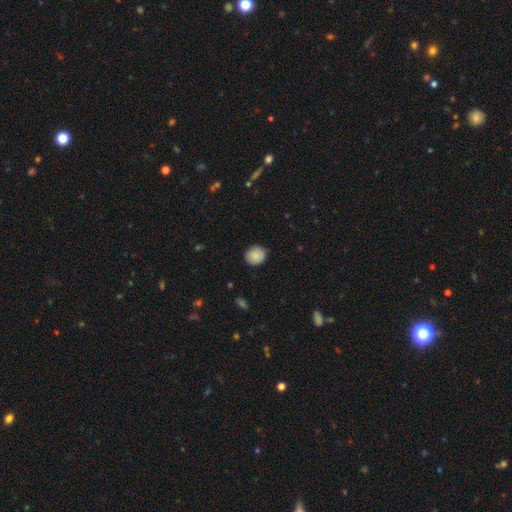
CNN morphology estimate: The model was most divided on "how rounded": round: 80%, in between: 19%, cigar-shaped: 1%. More confident: smooth or featured — smooth (86%); merging — none (85%).